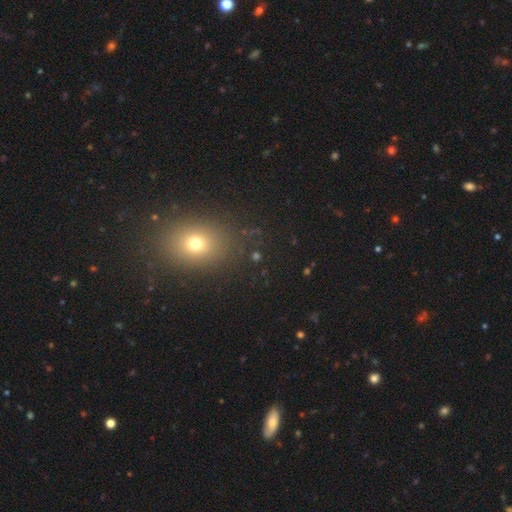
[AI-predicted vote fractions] Smooth or featured?
  - smooth: 53% *
  - star or artifact: 36%
  - featured or disk: 11%
How rounded?
  - round: 57% *
  - in between: 40%
  - cigar-shaped: 2%
Merging?
  - none: 83% *
  - minor disturbance: 9%
  - major disturbance: 5%
  - merger: 4%